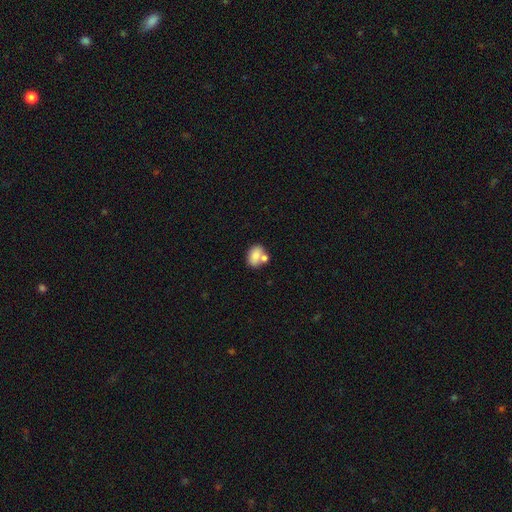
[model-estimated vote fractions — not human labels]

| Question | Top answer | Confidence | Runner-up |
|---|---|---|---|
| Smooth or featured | smooth | 78% | featured or disk (14%) |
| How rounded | in between | 72% | round (26%) |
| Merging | none | 50% | merger (32%) |